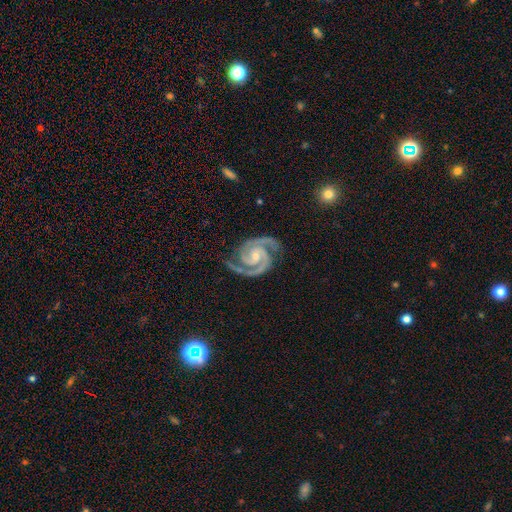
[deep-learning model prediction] Q: Smooth or featured?
A: featured or disk (94%); runner-up: star or artifact (4%)
Q: Edge-on disk?
A: no (98%); runner-up: yes (2%)
Q: Bar?
A: no (57%); runner-up: weak (29%)
Q: Spiral arms?
A: yes (99%); runner-up: no (1%)
Q: Spiral winding?
A: tight (58%); runner-up: medium (39%)
Q: Spiral arm count?
A: 2 (87%); runner-up: 3 (8%)
Q: Bulge size?
A: small (61%); runner-up: moderate (35%)
Q: Merging?
A: none (81%); runner-up: minor disturbance (14%)